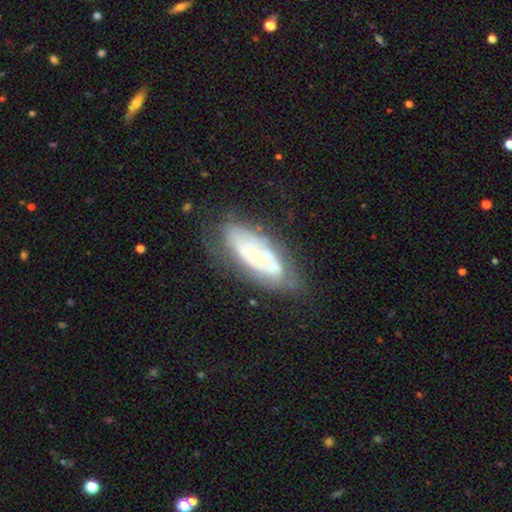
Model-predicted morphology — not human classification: Smooth or featured? Predicted: featured or disk (p=0.71). Edge-on disk? Predicted: no (p=0.88). Bar? Predicted: no (p=0.83). Spiral arms? Predicted: yes (p=0.51). Bulge size? Predicted: small (p=0.52). Merging? Predicted: none (p=0.63).